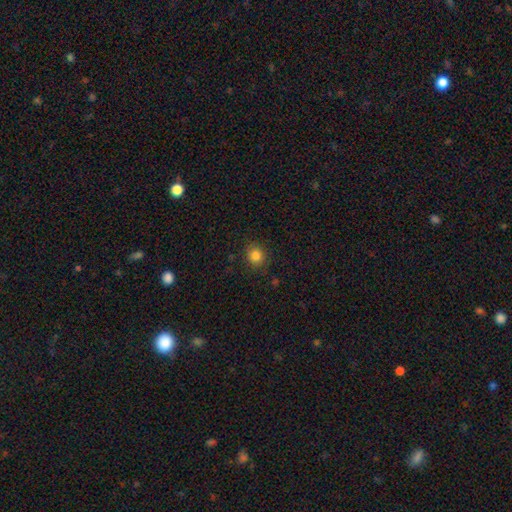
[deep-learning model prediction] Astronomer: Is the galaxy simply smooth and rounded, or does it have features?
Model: smooth — 83%.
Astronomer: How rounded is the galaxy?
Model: round — 85%.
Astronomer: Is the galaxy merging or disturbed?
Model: none — 87%.